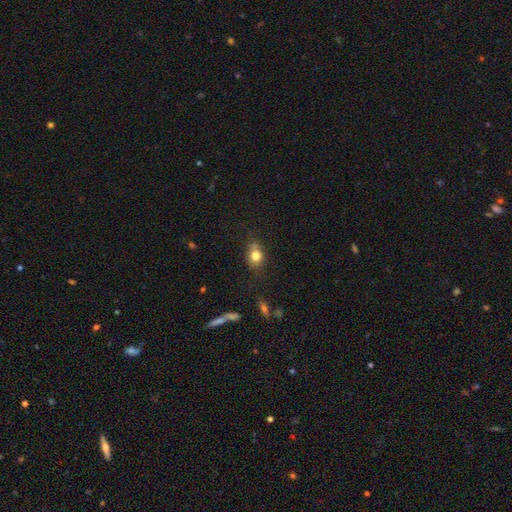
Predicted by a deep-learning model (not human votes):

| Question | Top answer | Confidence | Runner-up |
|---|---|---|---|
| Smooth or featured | smooth | 78% | star or artifact (12%) |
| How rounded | round | 59% | in between (39%) |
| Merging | none | 59% | minor disturbance (23%) |